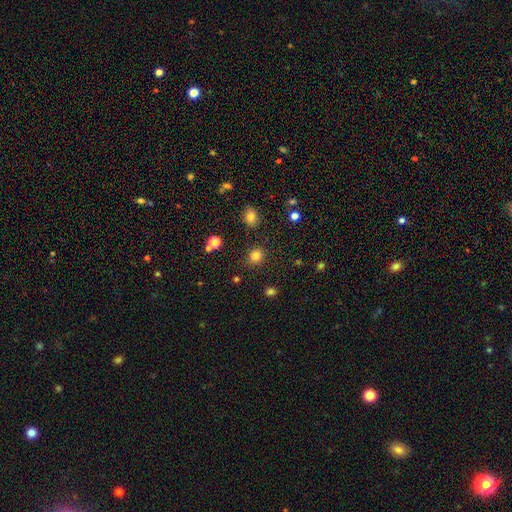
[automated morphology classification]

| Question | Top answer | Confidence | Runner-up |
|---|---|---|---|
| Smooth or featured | smooth | 81% | star or artifact (14%) |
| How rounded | round | 78% | in between (21%) |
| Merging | none | 86% | minor disturbance (9%) |